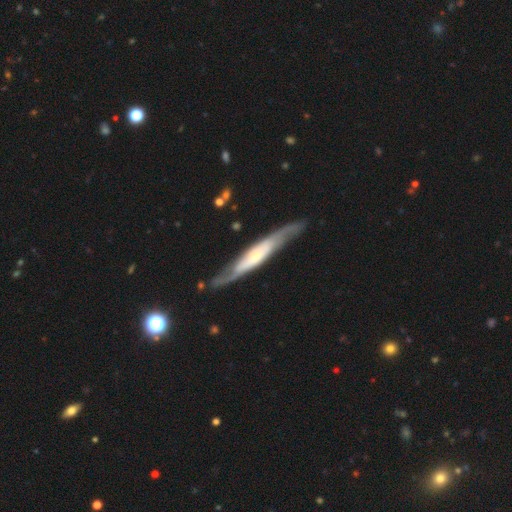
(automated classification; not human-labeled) Q: Smooth or featured?
A: featured or disk (72%); runner-up: smooth (24%)
Q: Edge-on disk?
A: yes (62%); runner-up: no (38%)
Q: Merging?
A: none (75%); runner-up: minor disturbance (17%)